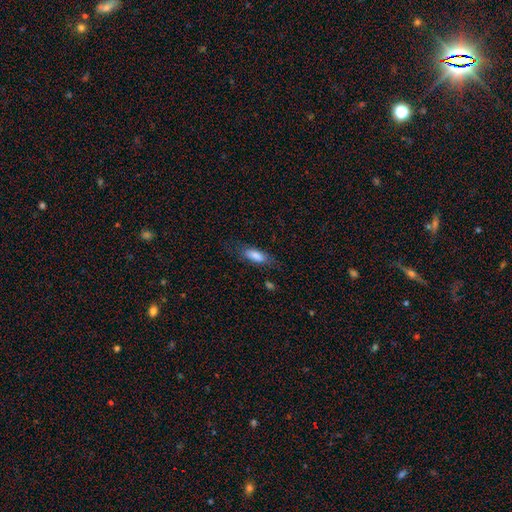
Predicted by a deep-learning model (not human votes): Smooth or featured? smooth (81%)
How rounded? in between (72%)
Merging? none (72%)